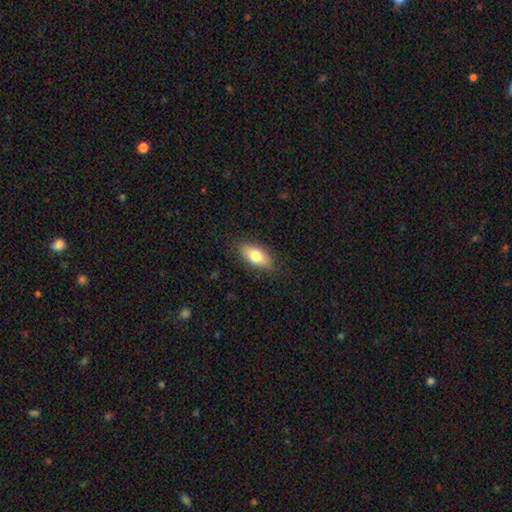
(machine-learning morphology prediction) Smooth or featured: smooth — 76% (featured or disk — 17%)
How rounded: in between — 85% (cigar-shaped — 10%)
Merging: none — 86% (minor disturbance — 10%)